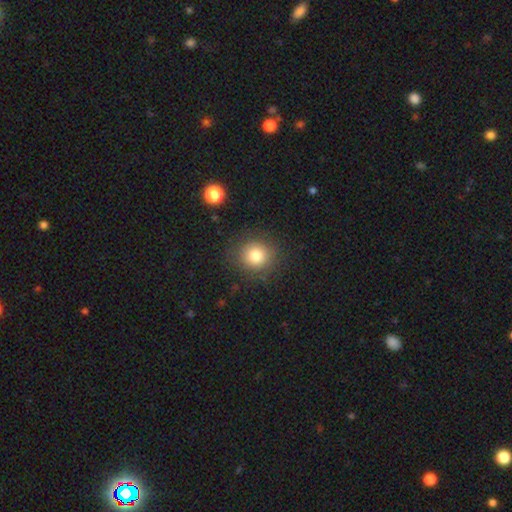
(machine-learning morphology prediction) Smooth or featured?
  - smooth: 80% *
  - star or artifact: 12%
  - featured or disk: 9%
How rounded?
  - round: 87% *
  - in between: 12%
  - cigar-shaped: 1%
Merging?
  - none: 86% *
  - minor disturbance: 9%
  - major disturbance: 4%
  - merger: 1%